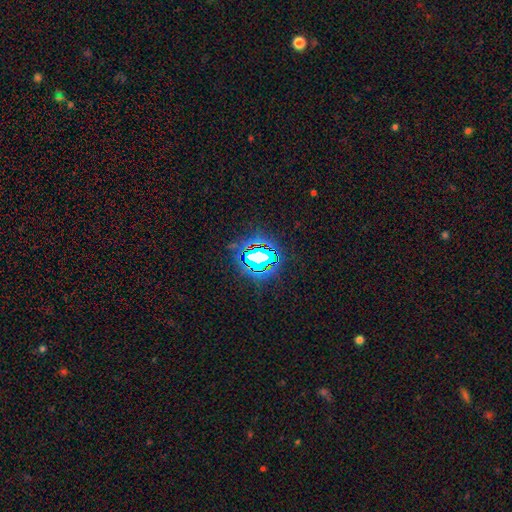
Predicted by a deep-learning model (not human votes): Overall: star or artifact (71%).